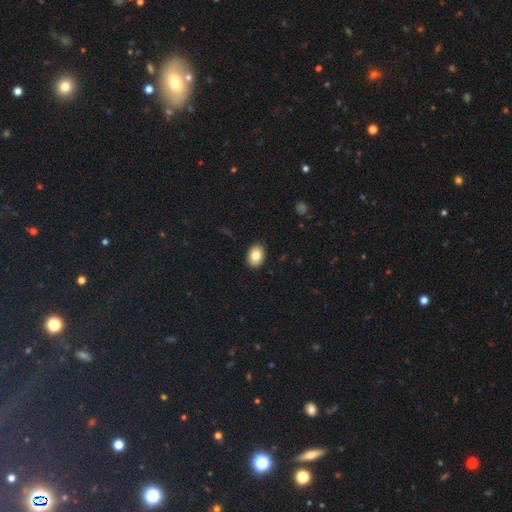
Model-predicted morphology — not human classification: Smooth or featured? Predicted: smooth (p=0.83). How rounded? Predicted: in between (p=0.80). Merging? Predicted: none (p=0.90).